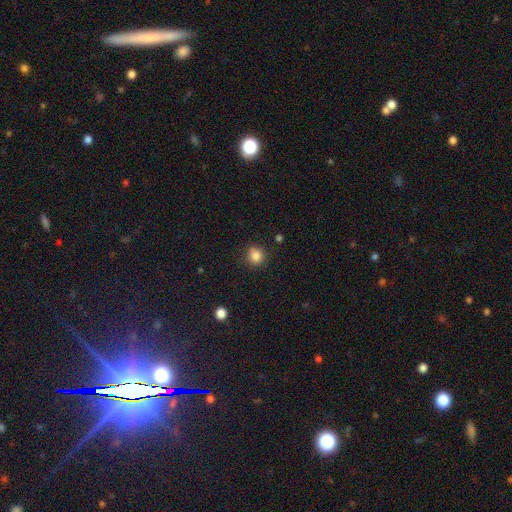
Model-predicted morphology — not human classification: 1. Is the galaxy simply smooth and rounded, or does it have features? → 84% smooth, 11% star or artifact, 5% featured or disk.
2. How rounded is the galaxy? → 89% round, 10% in between, 1% cigar-shaped.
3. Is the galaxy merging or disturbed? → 81% none, 12% minor disturbance, 3% merger, 3% major disturbance.